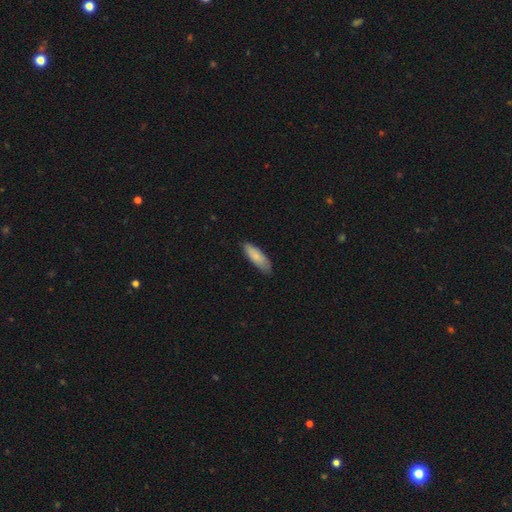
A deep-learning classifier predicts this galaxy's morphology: Smooth or featured? smooth (82%)
How rounded? in between (63%)
Merging? none (77%)